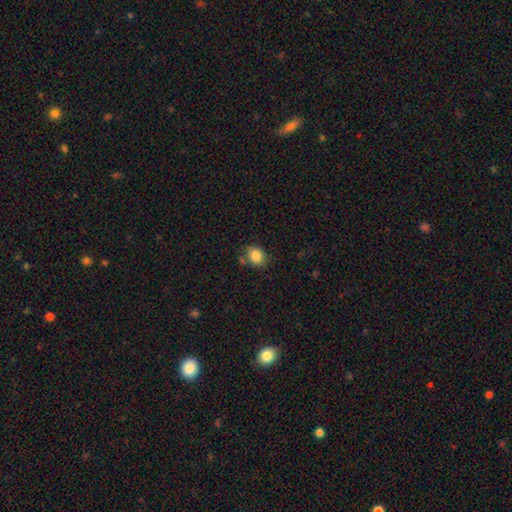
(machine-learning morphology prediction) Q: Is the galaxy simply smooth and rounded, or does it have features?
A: smooth — 85%.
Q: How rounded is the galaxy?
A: round — 55%.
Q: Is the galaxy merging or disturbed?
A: none — 74%.